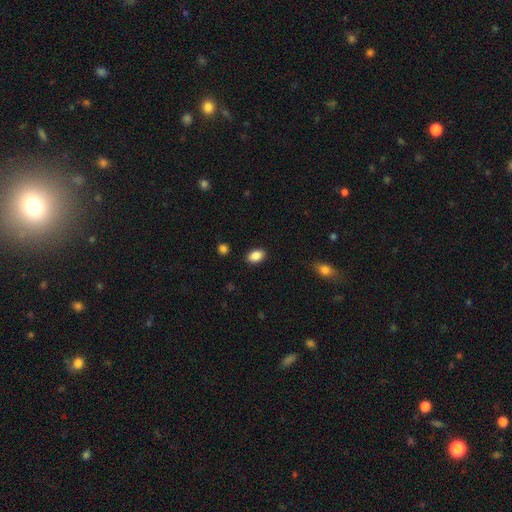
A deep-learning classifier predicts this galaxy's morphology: smooth-or-featured: smooth: 88% | star or artifact: 8% | featured or disk: 4%
  how-rounded: in between: 85% | round: 14% | cigar-shaped: 1%
  merging: none: 88% | minor disturbance: 8% | major disturbance: 2% | merger: 1%